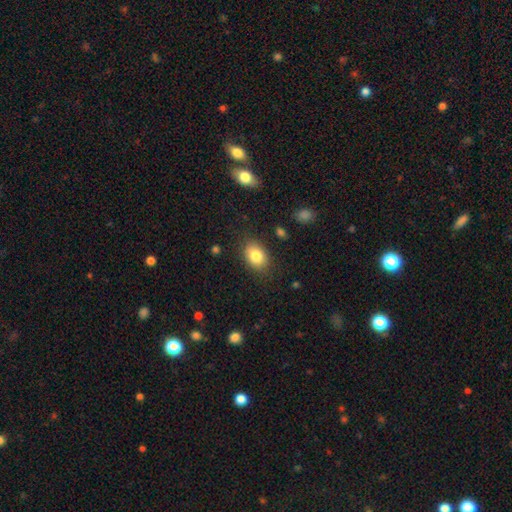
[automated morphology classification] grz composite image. It shows a smooth galaxy with no disk features (82%) that is in between round and cigar-shaped (74%). Merging: none (82%).